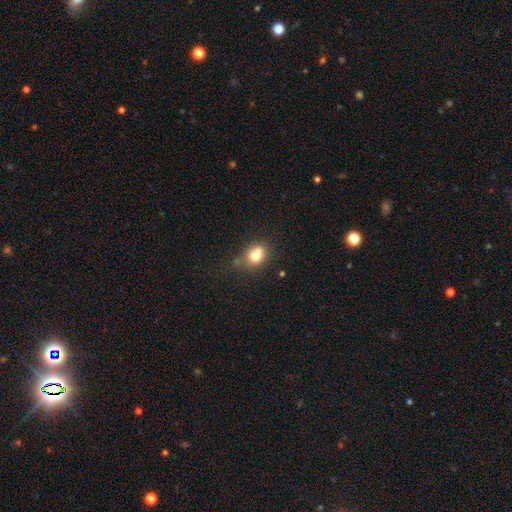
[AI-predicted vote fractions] Smooth or featured?
  - smooth: 76% *
  - featured or disk: 13%
  - star or artifact: 11%
How rounded?
  - in between: 52% *
  - round: 47%
  - cigar-shaped: 1%
Merging?
  - none: 49% *
  - minor disturbance: 23%
  - merger: 20%
  - major disturbance: 7%